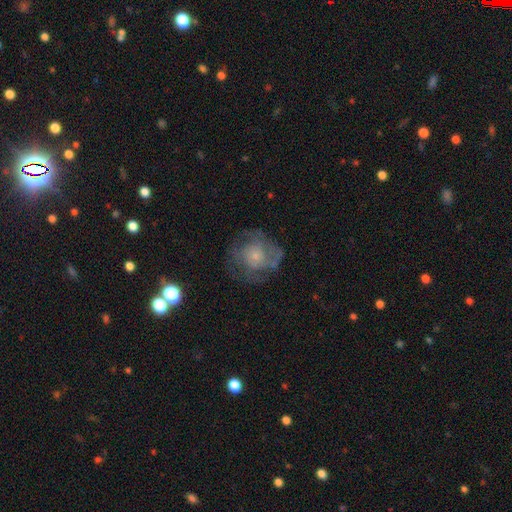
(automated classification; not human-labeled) Overall: featured or disk (57%; smooth 33%). Edge-on disk: no (97%). Bar: no (85%). Spiral arms: yes (66%; no 34%). Bulge size: small (64%). Merging: none (61%).